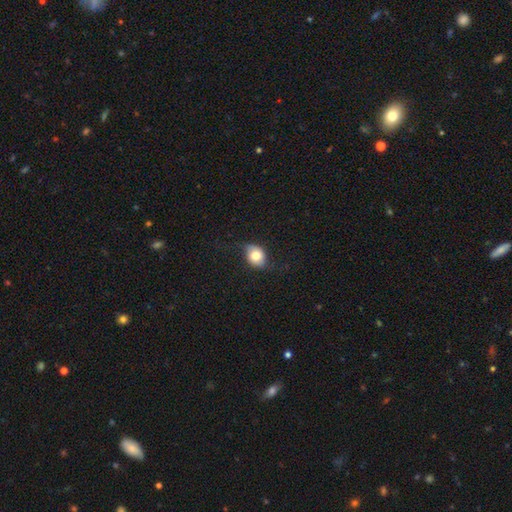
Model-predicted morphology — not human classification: This is likely a smooth galaxy (71%). How rounded: possibly in between (58%). Merging: likely none (66%).